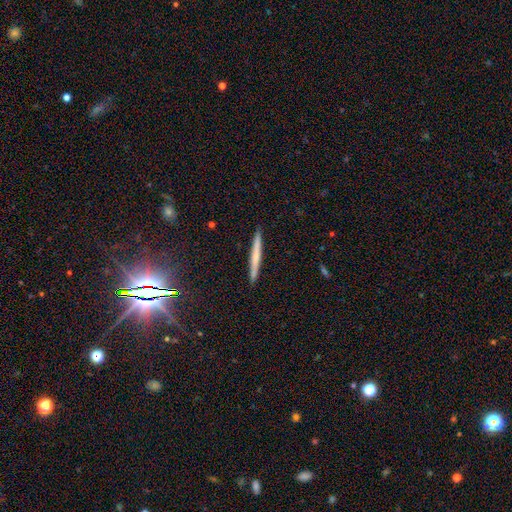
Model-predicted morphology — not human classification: type=smooth (53%); roundness=cigar-shaped (96%); merging=none (91%).